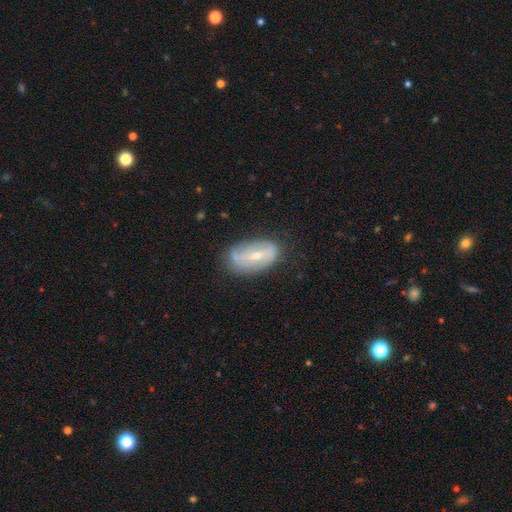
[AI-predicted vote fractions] Smooth or featured? Predicted: featured or disk (p=0.60). Edge-on disk? Predicted: no (p=0.89). Bar? Predicted: weak (p=0.37, tied with strong). Spiral arms? Predicted: yes (p=0.54). Bulge size? Predicted: small (p=0.57). Merging? Predicted: none (p=0.69).